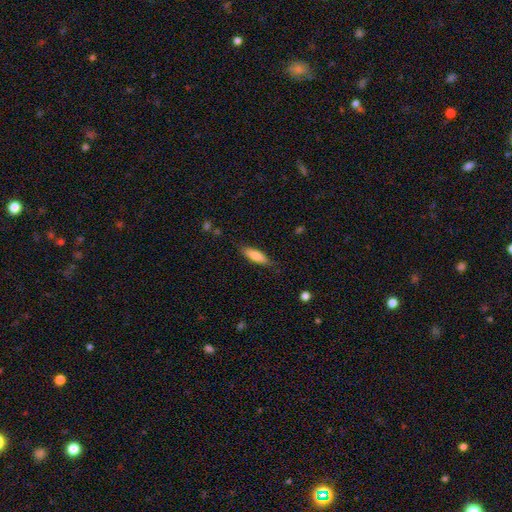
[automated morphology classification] Smooth or featured? smooth (80%)
How rounded? in between (51%)
Merging? none (81%)